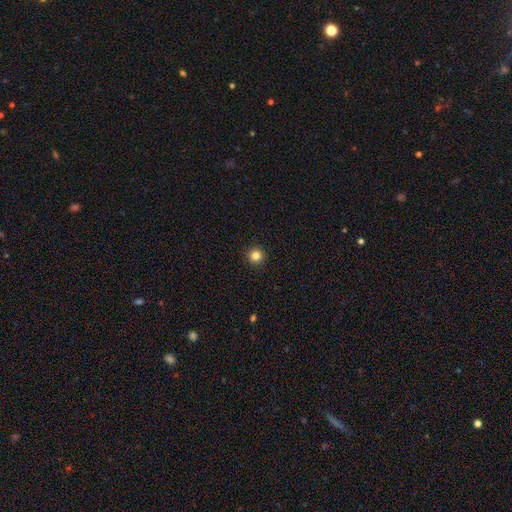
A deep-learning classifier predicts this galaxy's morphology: This is clearly a smooth galaxy (83%). How rounded: clearly round (96%). Merging: clearly none (93%).